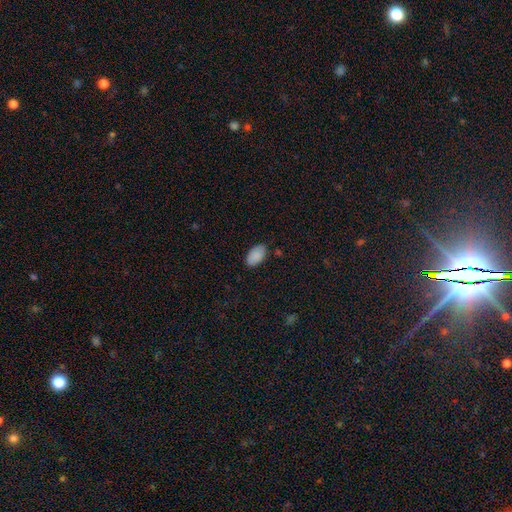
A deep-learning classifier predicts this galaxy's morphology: This is clearly a smooth galaxy (89%). How rounded: clearly in between (95%). Merging: clearly none (85%).